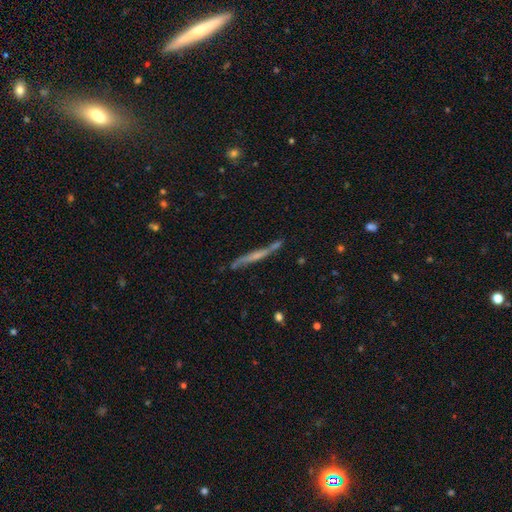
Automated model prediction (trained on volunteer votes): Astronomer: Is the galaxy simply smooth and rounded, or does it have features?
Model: featured or disk — 60%.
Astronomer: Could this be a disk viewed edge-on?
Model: yes — 90%.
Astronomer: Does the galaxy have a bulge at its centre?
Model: none — 59%.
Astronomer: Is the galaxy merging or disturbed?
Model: none — 70%.